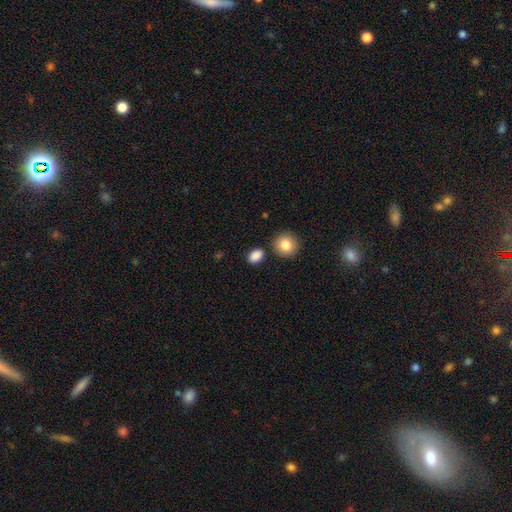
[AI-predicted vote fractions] A smooth galaxy with no disk features (87%) that is in between round and cigar-shaped (69%).

Vote fractions:
- Smooth or featured? smooth: 87% / star or artifact: 9% / featured or disk: 4%
- How rounded? in between: 69% / round: 29% / cigar-shaped: 2%
- Merging? none: 79% / minor disturbance: 11% / merger: 7% / major disturbance: 3%